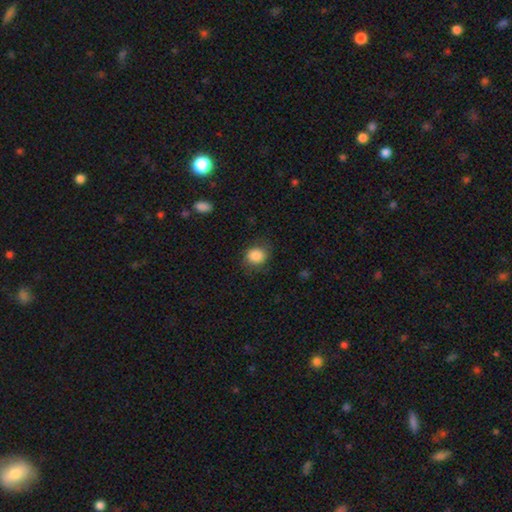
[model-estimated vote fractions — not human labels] A smooth galaxy with no disk features (86%) that is round (71%). Merging: none (78%).